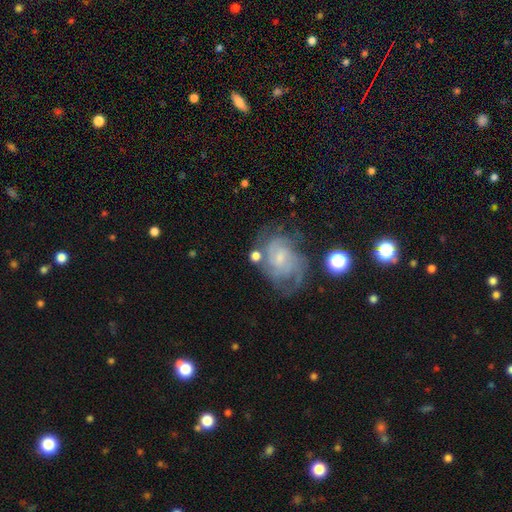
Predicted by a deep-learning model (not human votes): The model was most divided on "spiral arm count": can't tell: 32%, 3: 26%, 2: 19%, 4: 11%, 1: 6%, more than 4: 6%. More confident: edge-on disk — no (97%); spiral arms — yes (89%); smooth or featured — featured or disk (70%); bulge size — small (62%); bar — no (54%); merging — none (53%); spiral winding — tight (52%).